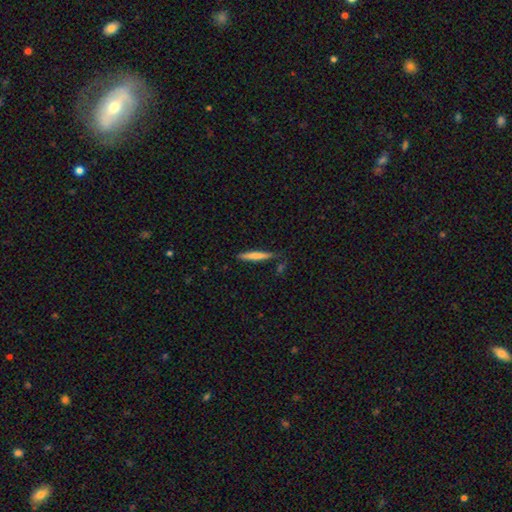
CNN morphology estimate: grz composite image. It shows a smooth galaxy with no disk features (70%) that is cigar-shaped (94%). Merging: none (79%).